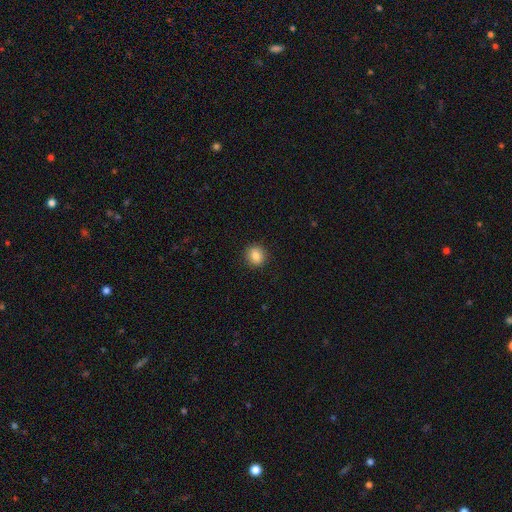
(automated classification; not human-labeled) A smooth galaxy with no disk features (85%) that is round (85%).

Vote fractions:
- Smooth or featured? smooth: 85% / star or artifact: 10% / featured or disk: 5%
- How rounded? round: 85% / in between: 14% / cigar-shaped: 1%
- Merging? none: 91% / minor disturbance: 6% / major disturbance: 2% / merger: 1%